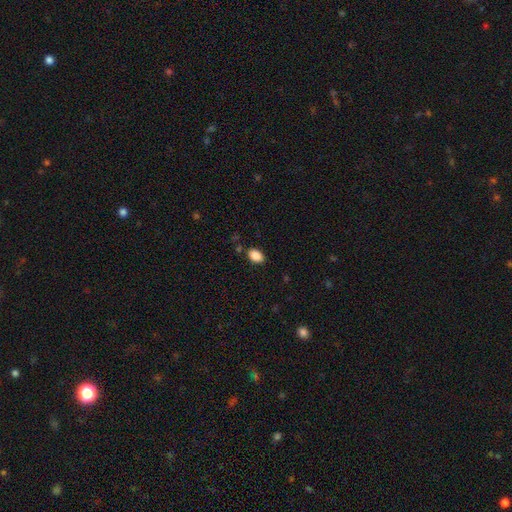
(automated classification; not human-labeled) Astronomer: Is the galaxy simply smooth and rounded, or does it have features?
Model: smooth — 88%.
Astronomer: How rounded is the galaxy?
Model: in between — 87%.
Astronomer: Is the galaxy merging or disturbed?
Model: none — 84%.